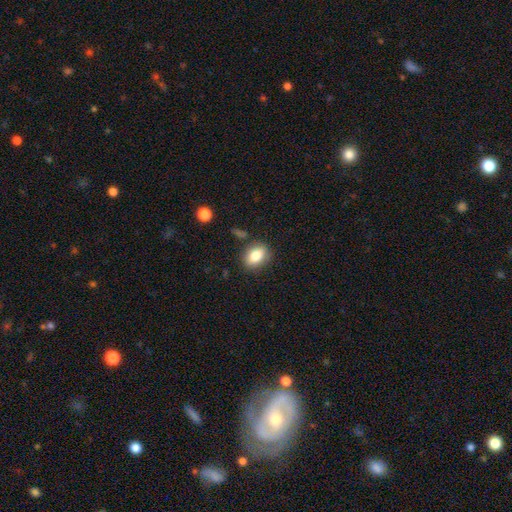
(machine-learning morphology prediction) The model was most divided on "how rounded": in between: 66%, round: 32%, cigar-shaped: 2%. More confident: merging — none (80%); smooth or featured — smooth (80%).